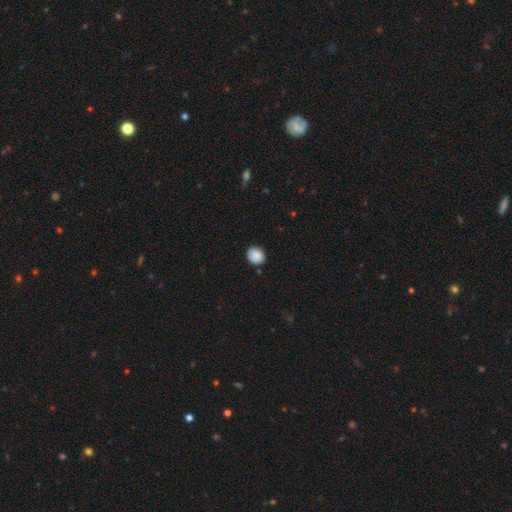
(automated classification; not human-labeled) smooth 89%, star or artifact 8%, featured or disk 3%. Down the decision tree: how rounded — round (73%); merging — none (85%).